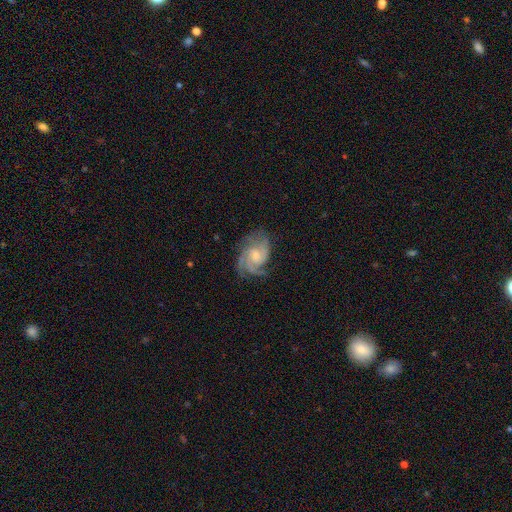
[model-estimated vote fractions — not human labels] featured or disk 87%, smooth 7%, star or artifact 5%. Down the decision tree: edge-on disk — no (98%); bar — no (60%); spiral arms — yes (97%); spiral arm count — 3 (44%); spiral winding — tight (46%); bulge size — small (51%); merging — none (69%).